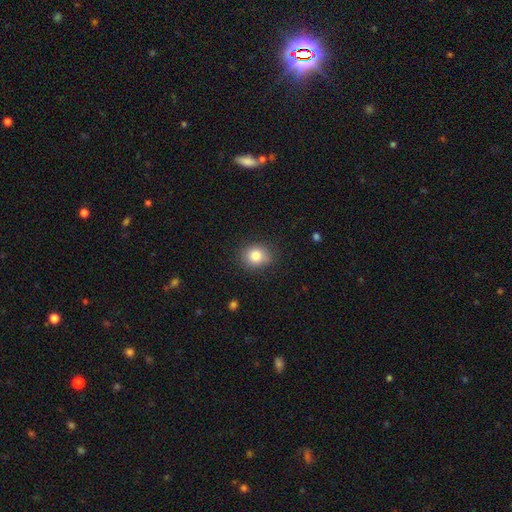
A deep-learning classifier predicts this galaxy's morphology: smooth 82%, star or artifact 10%, featured or disk 8%. Down the decision tree: how rounded — round (64%); merging — none (81%).